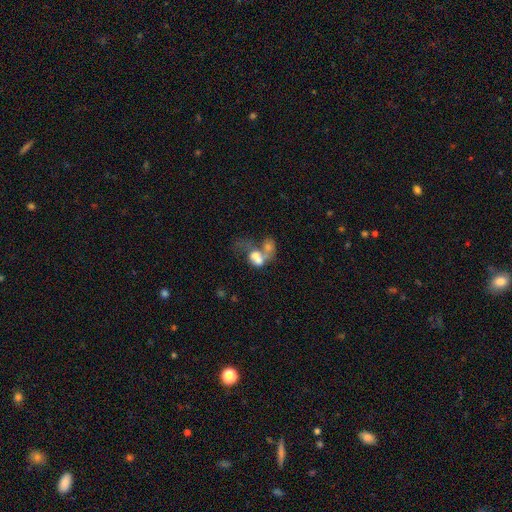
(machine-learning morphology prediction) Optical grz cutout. It shows a smooth galaxy with no disk features (52%) that is in between round and cigar-shaped (61%). Merging: merger (70%).